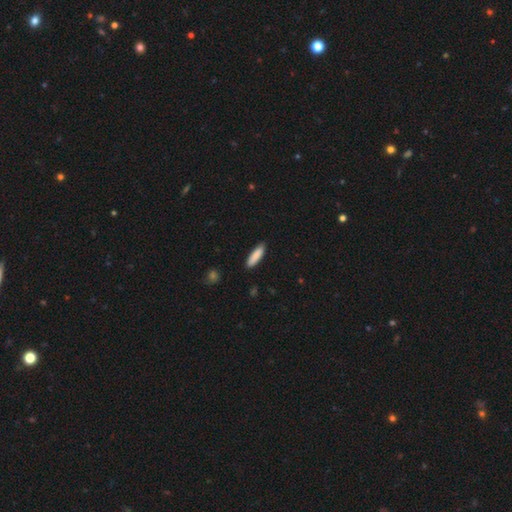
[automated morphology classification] The model was most divided on "how rounded": cigar-shaped: 65%, in between: 33%, round: 1%. More confident: smooth or featured — smooth (87%); merging — none (86%).